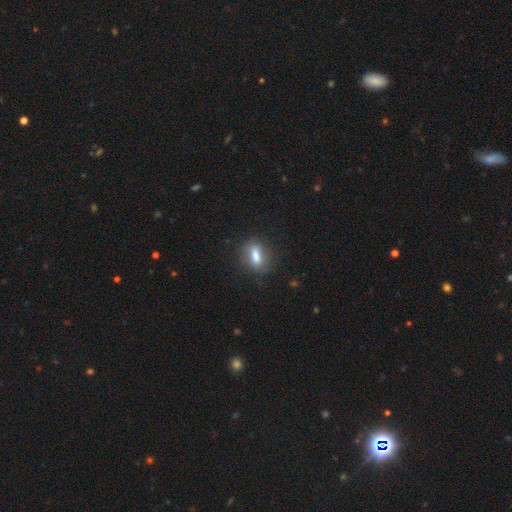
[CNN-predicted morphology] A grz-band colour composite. It shows a smooth galaxy with no disk features (74%) that is in between round and cigar-shaped (70%). Merging: none (77%).